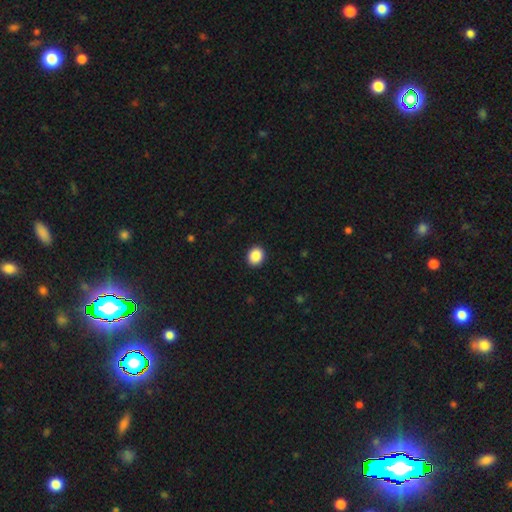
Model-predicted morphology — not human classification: This is clearly a smooth galaxy (89%). How rounded: likely round (69%). Merging: clearly none (92%).